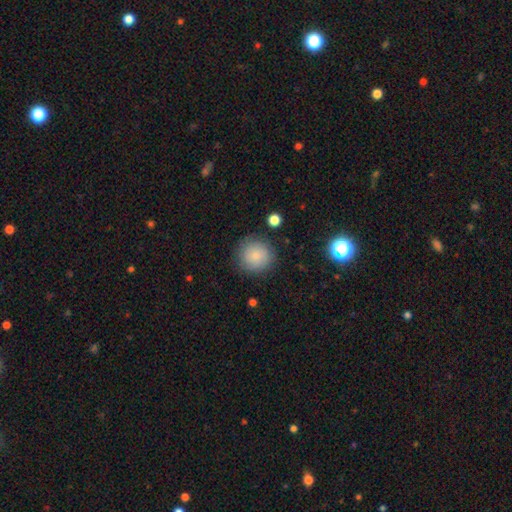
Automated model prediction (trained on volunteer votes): smooth-or-featured: smooth: 82% | featured or disk: 10% | star or artifact: 8%
  how-rounded: round: 93% | in between: 6% | cigar-shaped: 1%
  merging: none: 84% | minor disturbance: 11% | major disturbance: 4% | merger: 2%